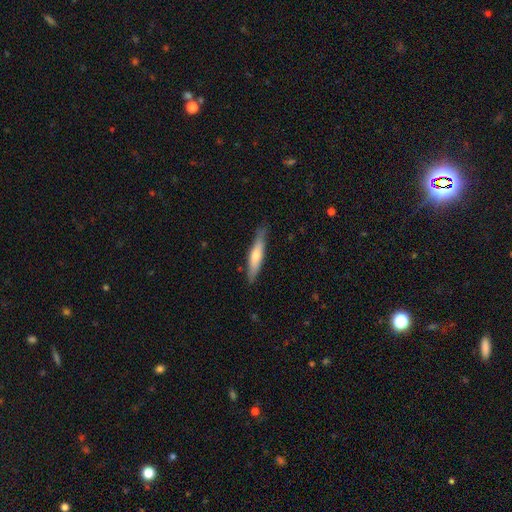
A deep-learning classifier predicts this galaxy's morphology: The model was most divided on "smooth or featured": smooth: 53%, featured or disk: 41%, star or artifact: 6%. More confident: how rounded — cigar-shaped (89%); merging — none (83%).